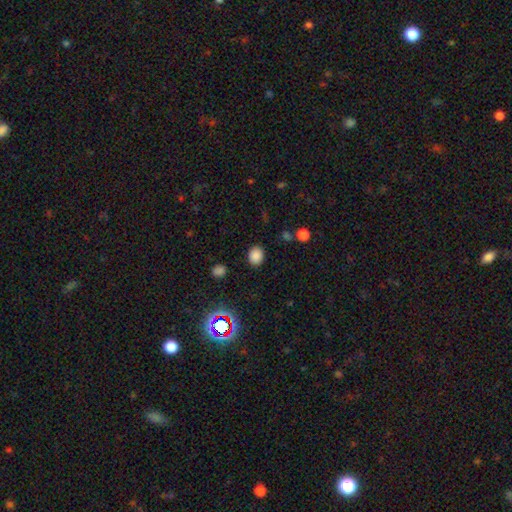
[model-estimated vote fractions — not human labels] smooth-or-featured: smooth: 83% | star or artifact: 13% | featured or disk: 4%
  how-rounded: round: 58% | in between: 41% | cigar-shaped: 1%
  merging: none: 87% | minor disturbance: 8% | major disturbance: 3% | merger: 2%